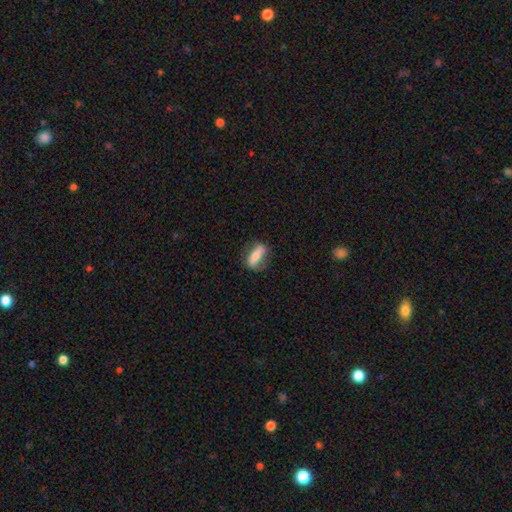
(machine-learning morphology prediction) A smooth galaxy with no disk features (61%) that is in between round and cigar-shaped (63%).

Vote fractions:
- Smooth or featured? smooth: 61% / featured or disk: 31% / star or artifact: 7%
- How rounded? in between: 63% / cigar-shaped: 32% / round: 6%
- Merging? none: 71% / minor disturbance: 20% / major disturbance: 8% / merger: 2%